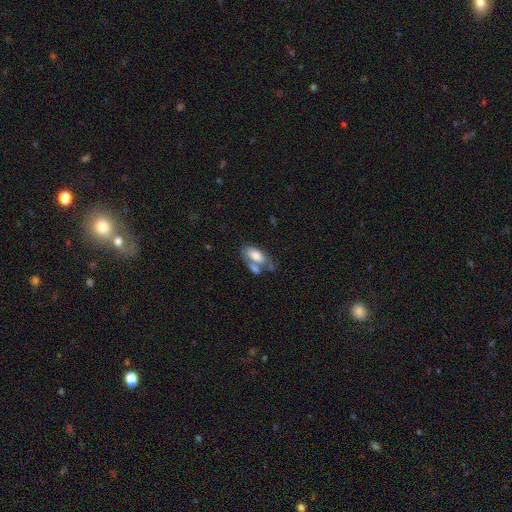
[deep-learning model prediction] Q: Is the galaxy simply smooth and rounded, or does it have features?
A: smooth — 68%.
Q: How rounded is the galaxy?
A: in between — 89%.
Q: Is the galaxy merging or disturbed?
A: merger — 43%.